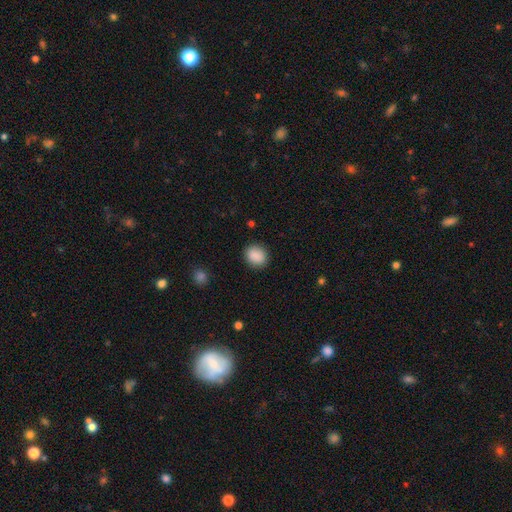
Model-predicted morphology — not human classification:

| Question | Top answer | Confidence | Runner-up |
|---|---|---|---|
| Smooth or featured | smooth | 89% | star or artifact (8%) |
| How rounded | round | 68% | in between (31%) |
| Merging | none | 89% | minor disturbance (7%) |